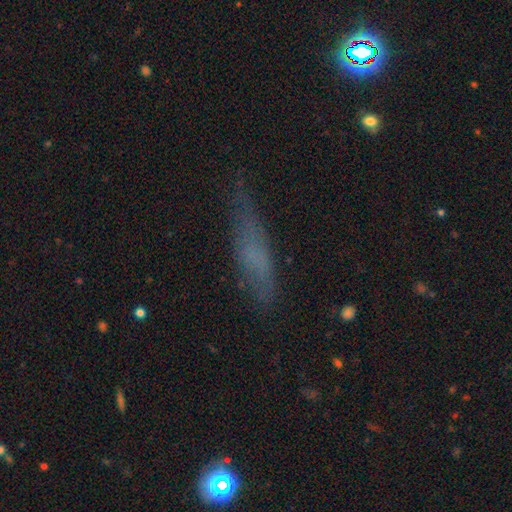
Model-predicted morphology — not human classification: A smooth galaxy with no disk features (53%) that is cigar-shaped (72%).

Vote fractions:
- Smooth or featured? smooth: 53% / featured or disk: 31% / star or artifact: 16%
- How rounded? cigar-shaped: 72% / in between: 25% / round: 3%
- Merging? none: 65% / minor disturbance: 24% / major disturbance: 9% / merger: 2%